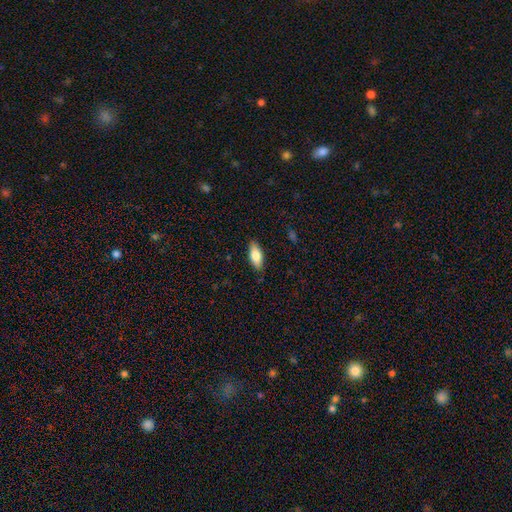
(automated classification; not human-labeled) Overall: smooth (77%). How rounded: in between (81%). Merging: none (86%).